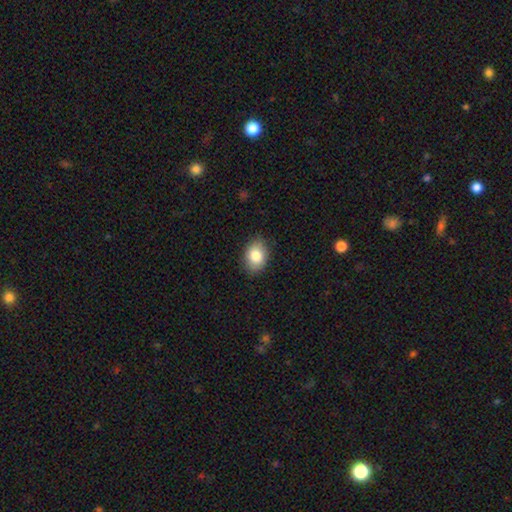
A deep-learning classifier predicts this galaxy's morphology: This is clearly a smooth galaxy (84%). How rounded: likely in between (78%). Merging: clearly none (86%).